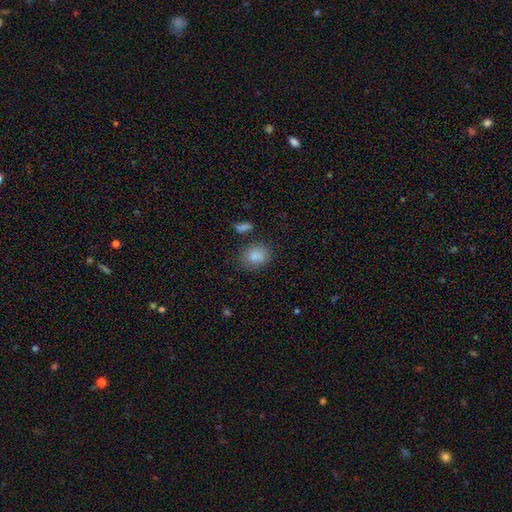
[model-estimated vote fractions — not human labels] A smooth galaxy with no disk features (86%) that is in between round and cigar-shaped (54%). Merging: none (78%).